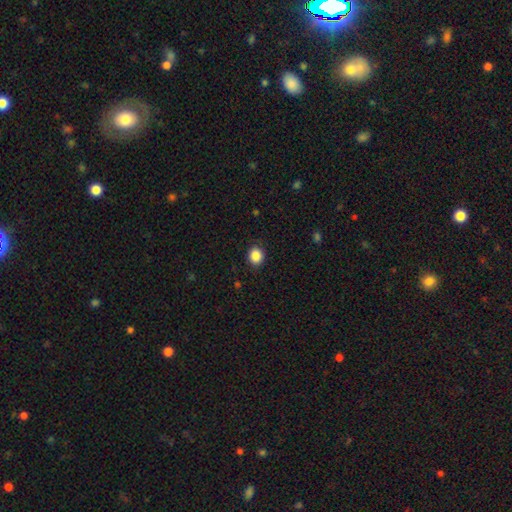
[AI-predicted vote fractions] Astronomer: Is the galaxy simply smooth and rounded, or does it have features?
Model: smooth — 87%.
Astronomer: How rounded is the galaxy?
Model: round — 70%.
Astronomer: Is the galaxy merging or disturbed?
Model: none — 87%.